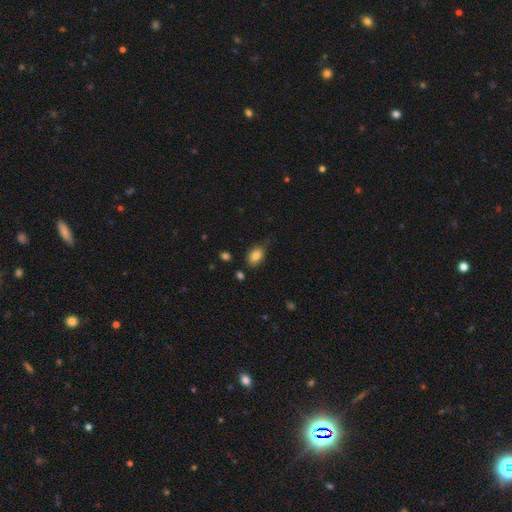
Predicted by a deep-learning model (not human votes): Overall: smooth (83%). How rounded: in between (86%). Merging: none (63%; minor disturbance 27%).